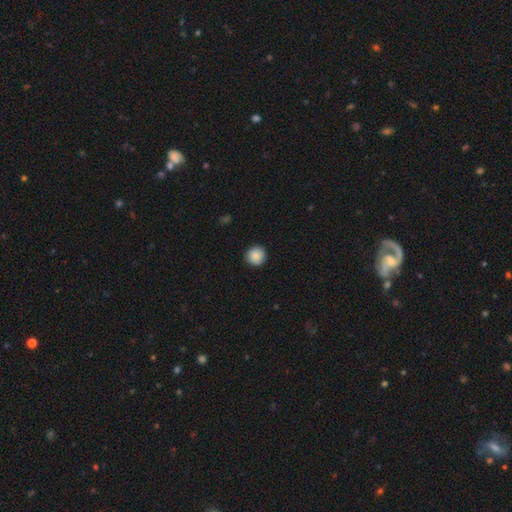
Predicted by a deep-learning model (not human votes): Smooth or featured? Predicted: smooth (p=0.88). How rounded? Predicted: round (p=0.93). Merging? Predicted: none (p=0.90).